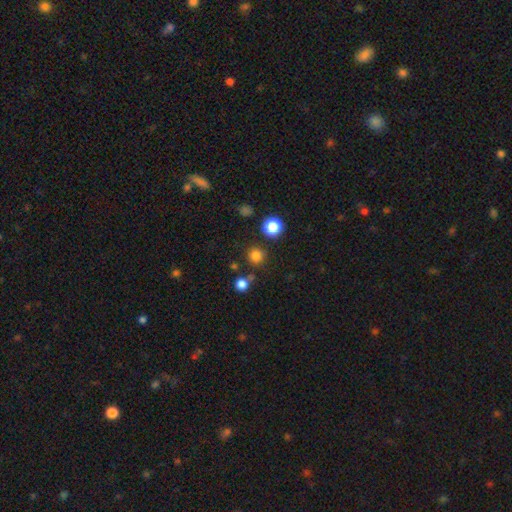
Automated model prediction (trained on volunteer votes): A smooth galaxy with no disk features (79%) that is round (94%). Merging: none (82%).